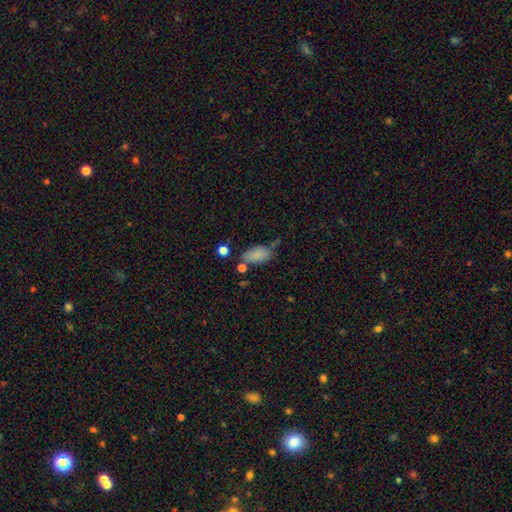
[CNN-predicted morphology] This is clearly a smooth galaxy (83%). How rounded: clearly in between (90%). Merging: possibly none (57%).